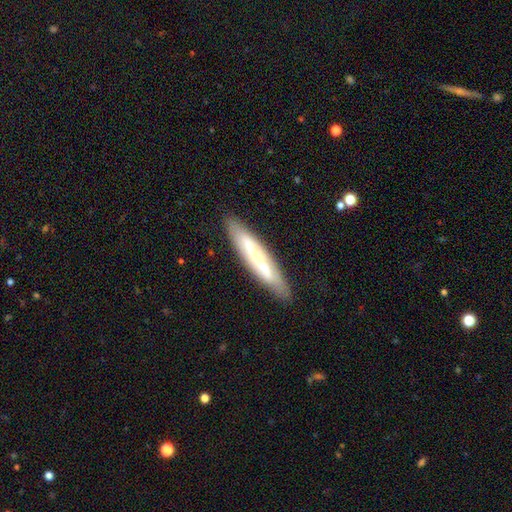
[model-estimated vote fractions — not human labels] The model was most divided on "smooth or featured": featured or disk: 61%, smooth: 32%, star or artifact: 7%. More confident: merging — none (81%); edge-on disk — yes (65%).